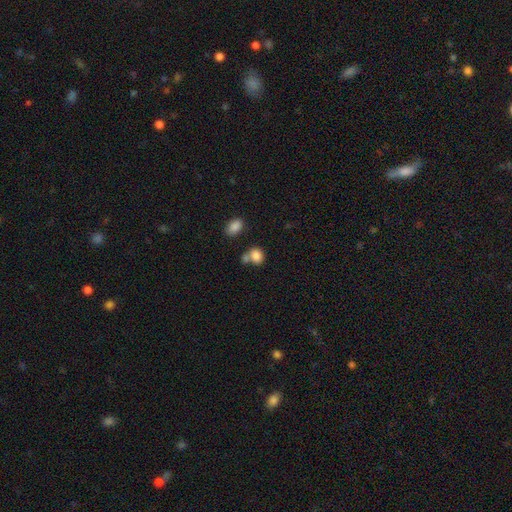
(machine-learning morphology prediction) The model was most divided on "how rounded": round: 52%, in between: 46%, cigar-shaped: 1%. Remaining: smooth or featured — smooth (84%); merging — none (46%).